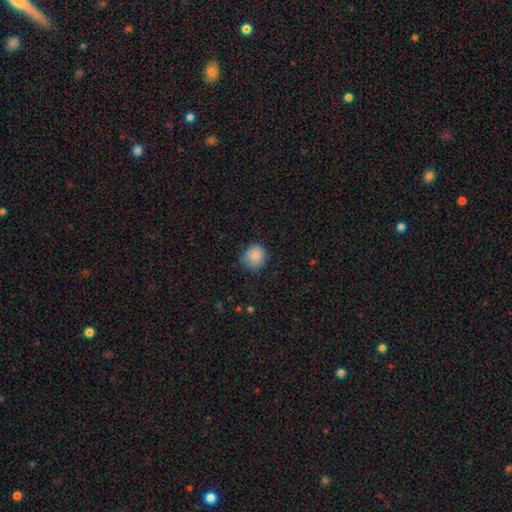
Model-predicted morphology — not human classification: This is clearly a smooth galaxy (85%). How rounded: clearly round (87%). Merging: likely none (70%).